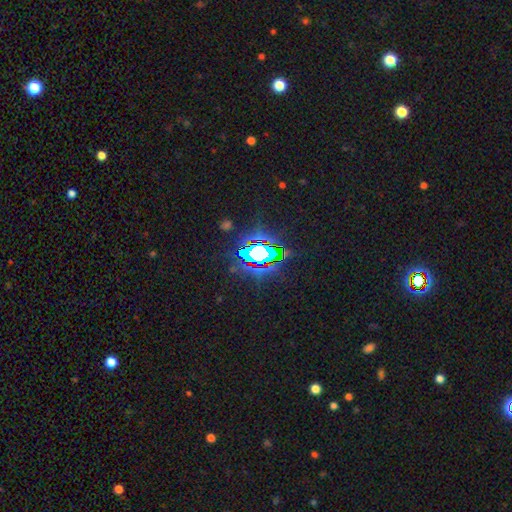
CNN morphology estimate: smooth_or_featured: star or artifact (p=0.72) [alt: smooth p=0.15]